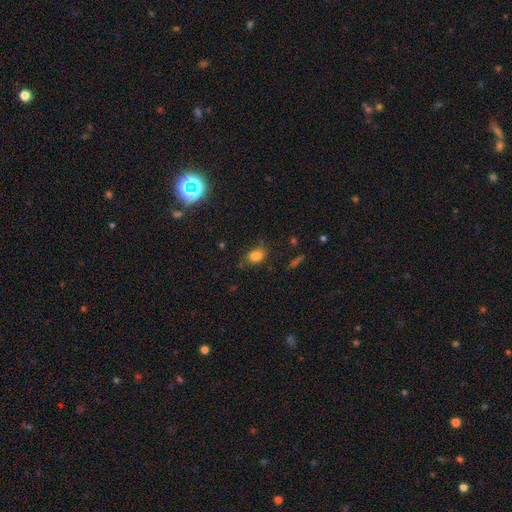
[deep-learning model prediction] Smooth or featured? Predicted: smooth (p=0.81). How rounded? Predicted: in between (p=0.69). Merging? Predicted: none (p=0.64).